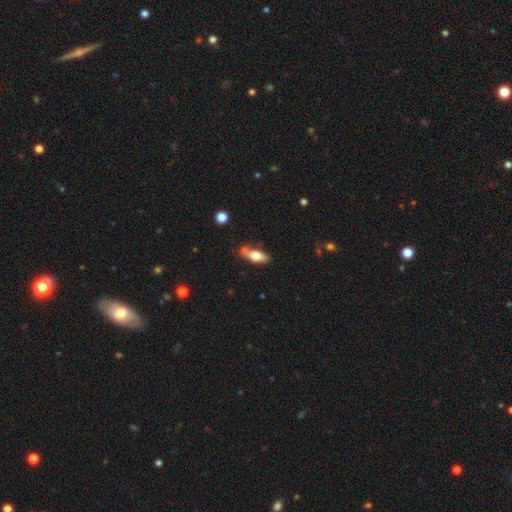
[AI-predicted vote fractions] Morphology: type=smooth (60%); roundness=in between (67%); merging=none (64%).